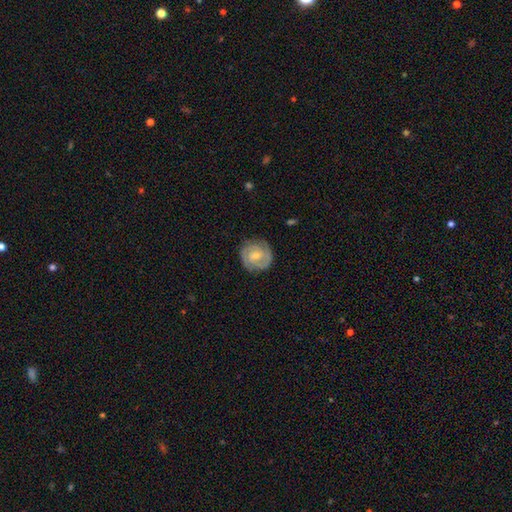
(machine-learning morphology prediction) type=featured or disk (80%); edge-on=no (98%); bar=weak (45%); spiral arms=yes (95%); winding=tight (67%); arm count=2 (77%); bulge=small (51%); merging=none (83%).